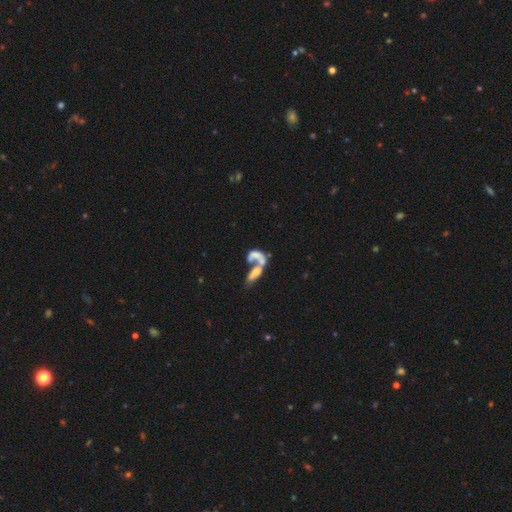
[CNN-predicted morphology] smooth_or_featured: featured or disk (p=0.50) [alt: smooth p=0.39]
disk_edge_on: no (p=0.92) [alt: yes p=0.08]
merging: merger (p=0.65) [alt: major disturbance p=0.16]